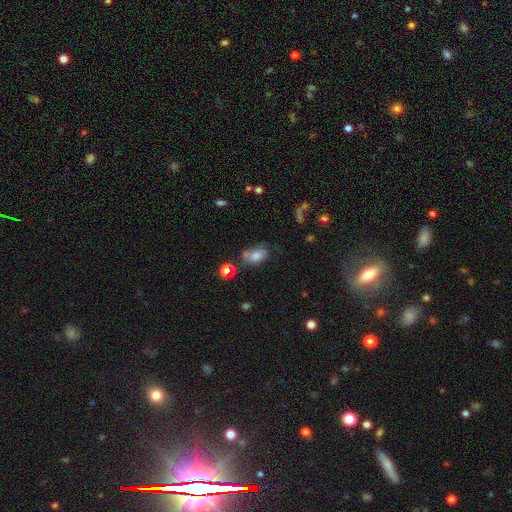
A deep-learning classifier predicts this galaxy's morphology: Smooth or featured? smooth (68%)
How rounded? in between (83%)
Merging? none (38%)